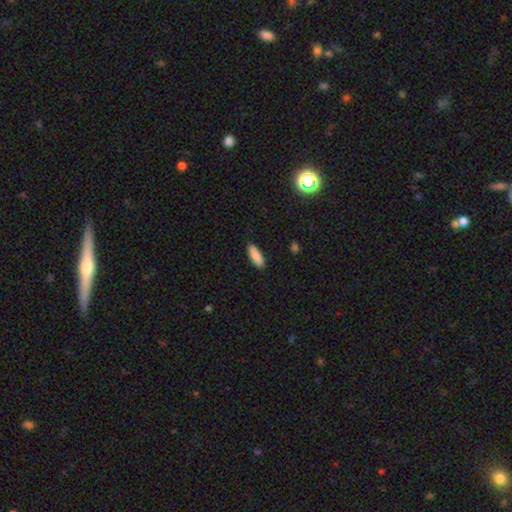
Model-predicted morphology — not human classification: Smooth or featured: smooth — 89% (star or artifact — 7%)
How rounded: in between — 55% (cigar-shaped — 44%)
Merging: none — 89% (minor disturbance — 8%)